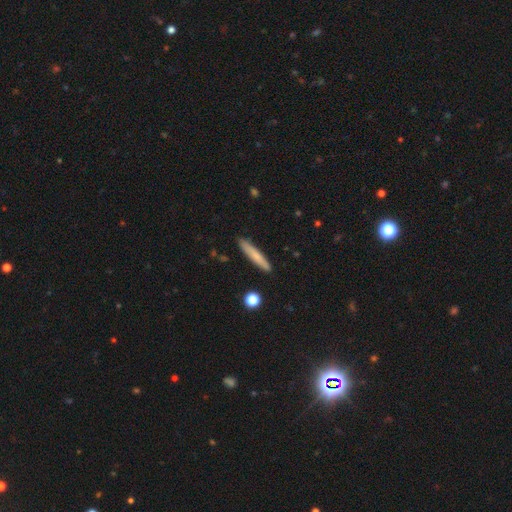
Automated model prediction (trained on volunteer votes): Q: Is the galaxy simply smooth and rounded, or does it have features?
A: smooth — 73%.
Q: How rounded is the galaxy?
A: cigar-shaped — 93%.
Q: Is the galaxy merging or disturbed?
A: none — 89%.